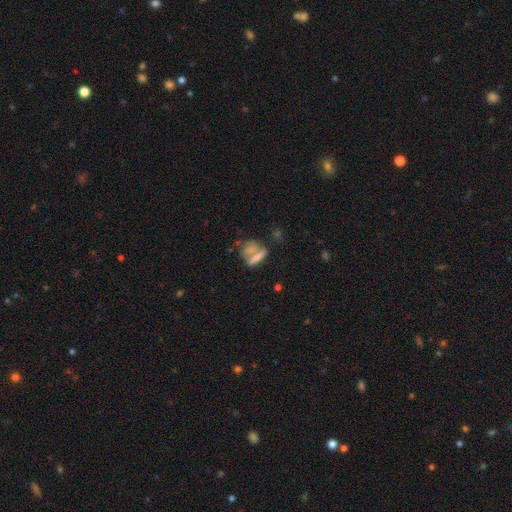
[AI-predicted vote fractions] A smooth galaxy with no disk features (59%) that is in between round and cigar-shaped (46%). Merging: none (35%).